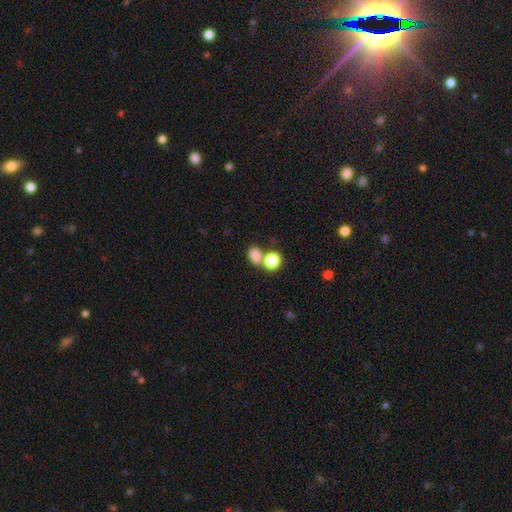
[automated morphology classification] type=smooth (81%); roundness=in between (52%); merging=none (46%).